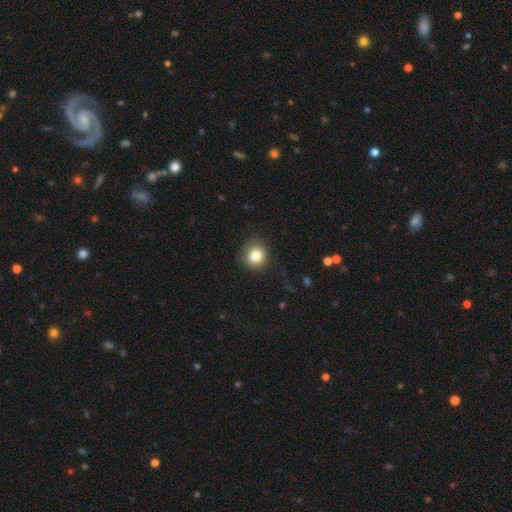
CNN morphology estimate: This is clearly a smooth galaxy (84%). How rounded: clearly round (87%). Merging: clearly none (81%).